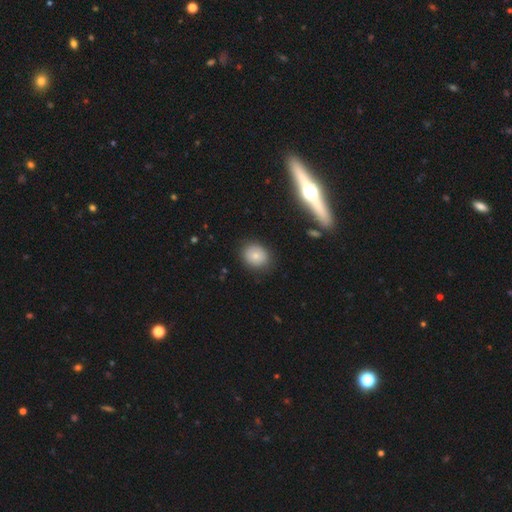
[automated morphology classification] Smooth or featured: smooth — 78% (featured or disk — 11%)
How rounded: round — 69% (in between — 30%)
Merging: none — 85% (minor disturbance — 11%)